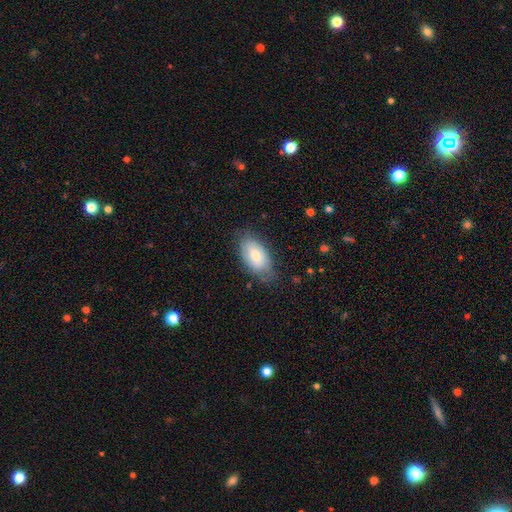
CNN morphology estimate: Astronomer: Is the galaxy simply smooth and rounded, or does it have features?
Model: smooth — 74%.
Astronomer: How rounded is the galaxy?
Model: in between — 94%.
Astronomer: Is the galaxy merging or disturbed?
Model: none — 73%.